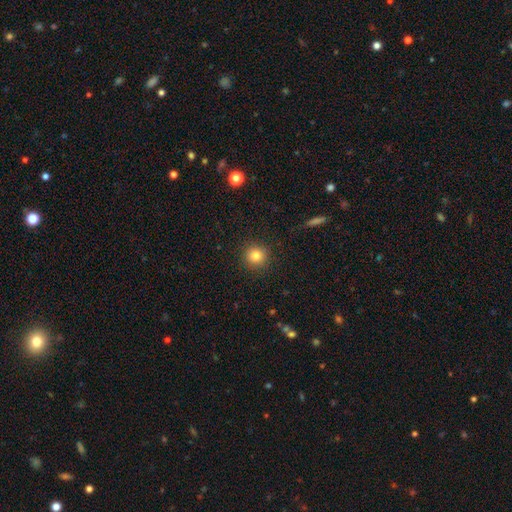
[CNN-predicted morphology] A smooth galaxy with no disk features (82%) that is round (94%). Merging: none (91%).